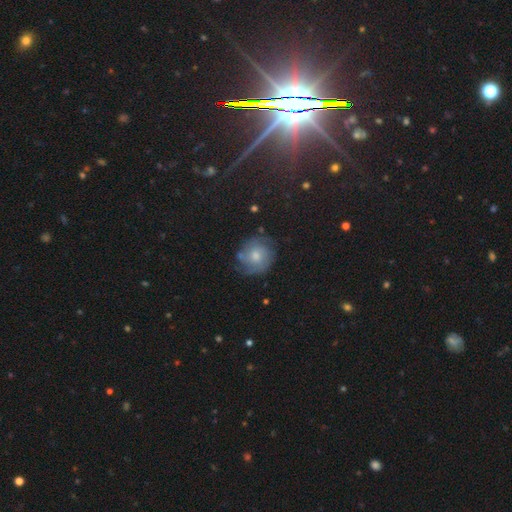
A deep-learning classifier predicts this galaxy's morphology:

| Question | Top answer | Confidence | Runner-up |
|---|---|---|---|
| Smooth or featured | featured or disk | 50% | smooth (40%) |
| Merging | none | 66% | minor disturbance (23%) |